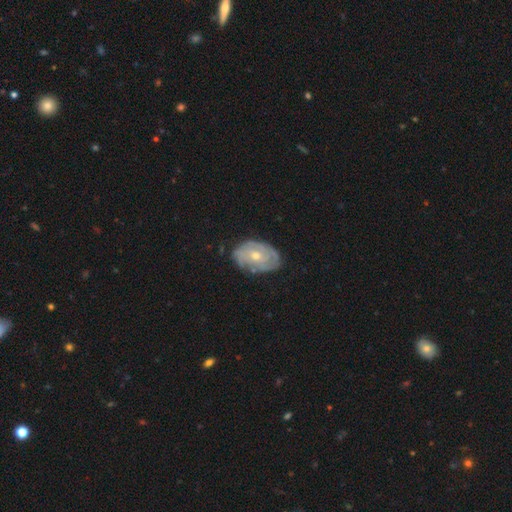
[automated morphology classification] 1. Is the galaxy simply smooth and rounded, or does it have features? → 71% featured or disk, 23% smooth, 6% star or artifact.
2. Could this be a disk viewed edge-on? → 96% no, 4% yes.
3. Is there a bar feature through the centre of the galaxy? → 79% no, 18% weak, 3% strong.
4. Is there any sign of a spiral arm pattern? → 77% yes, 23% no.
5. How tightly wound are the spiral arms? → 67% tight, 24% medium, 9% loose.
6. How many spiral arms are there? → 53% can't tell, 17% 2, 13% 3, 8% 4, 5% 1, 4% more than 4.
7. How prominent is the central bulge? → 53% moderate, 44% small, 1% large, 1% none, 1% dominant.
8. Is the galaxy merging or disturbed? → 72% none, 21% minor disturbance, 5% major disturbance, 1% merger.